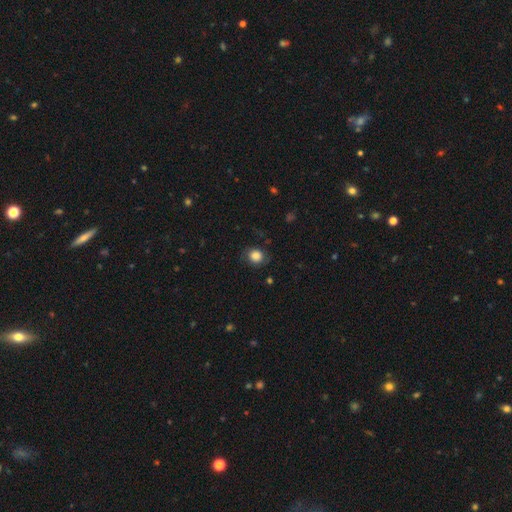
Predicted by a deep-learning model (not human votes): This is likely a smooth galaxy (80%). How rounded: likely round (73%). Merging: likely none (76%).